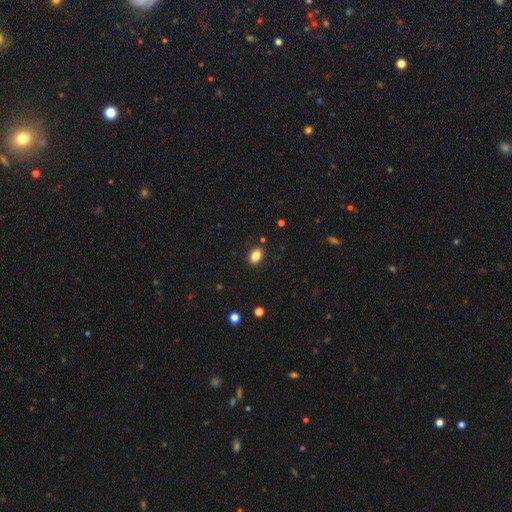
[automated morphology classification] Smooth or featured? smooth (86%)
How rounded? in between (83%)
Merging? none (88%)